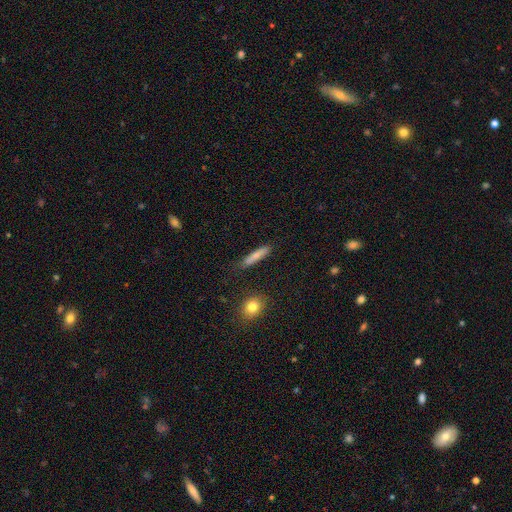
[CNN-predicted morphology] Q: Smooth or featured?
A: smooth (73%); runner-up: featured or disk (20%)
Q: How rounded?
A: cigar-shaped (84%); runner-up: in between (13%)
Q: Merging?
A: none (82%); runner-up: minor disturbance (13%)